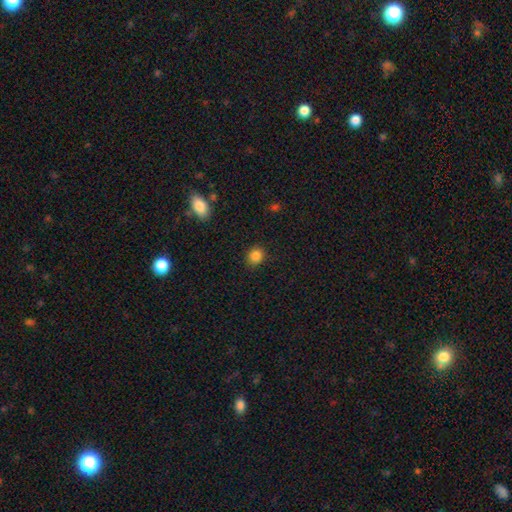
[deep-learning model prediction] Smooth or featured?
  - smooth: 85% *
  - star or artifact: 11%
  - featured or disk: 5%
How rounded?
  - round: 76% *
  - in between: 23%
  - cigar-shaped: 1%
Merging?
  - none: 88% *
  - minor disturbance: 8%
  - major disturbance: 2%
  - merger: 1%